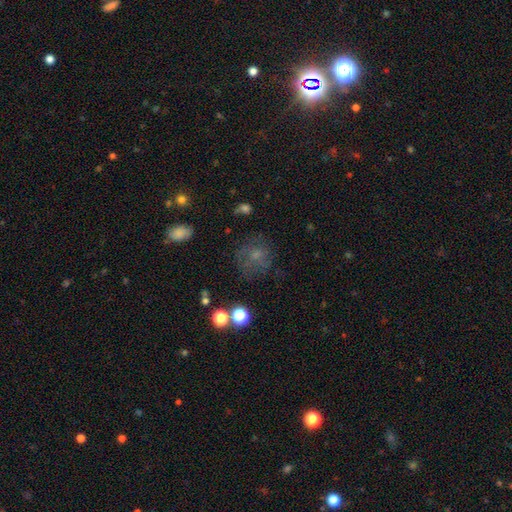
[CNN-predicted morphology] Smooth or featured: smooth — 55% (featured or disk — 27%)
How rounded: round — 80% (in between — 19%)
Merging: none — 63% (minor disturbance — 19%)